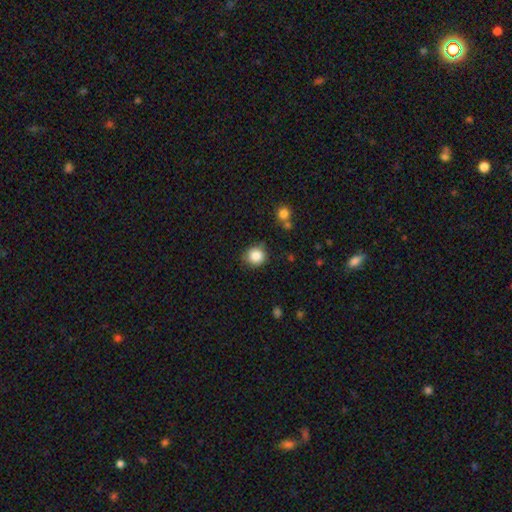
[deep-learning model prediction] Overall: smooth (86%). How rounded: round (91%). Merging: none (83%).